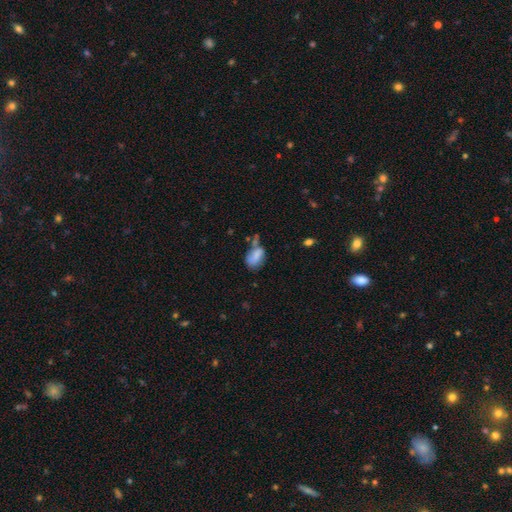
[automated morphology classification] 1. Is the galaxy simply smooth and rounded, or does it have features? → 71% smooth, 19% featured or disk, 10% star or artifact.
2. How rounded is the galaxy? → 87% in between, 10% round, 3% cigar-shaped.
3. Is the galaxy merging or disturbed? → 35% none, 30% minor disturbance, 18% major disturbance, 17% merger.